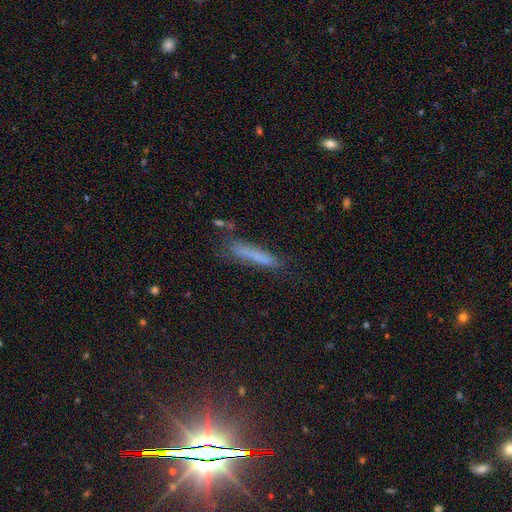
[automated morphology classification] A smooth galaxy with no disk features (70%) that is cigar-shaped (93%). Merging: none (76%).